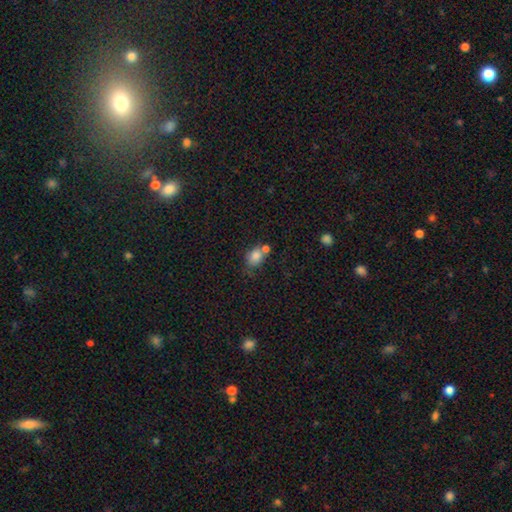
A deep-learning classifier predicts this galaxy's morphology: Overall: smooth (80%). How rounded: in between (56%; round 42%). Merging: none (44%; merger 35%).